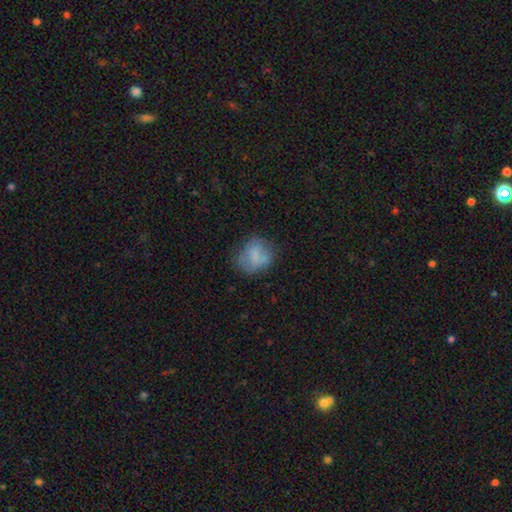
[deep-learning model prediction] This appears to be a smooth galaxy with no disk features (67%) that is round (65%). Merging: none (55%).